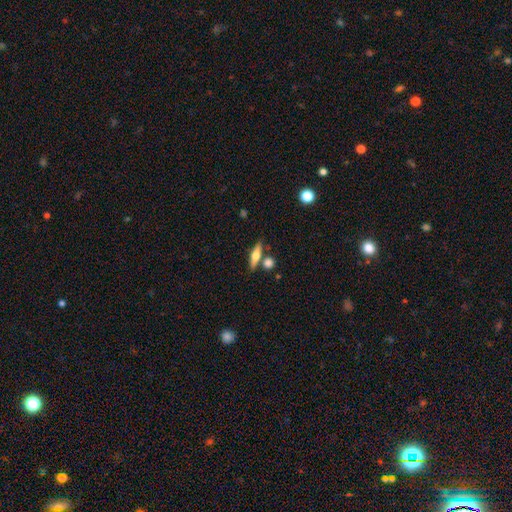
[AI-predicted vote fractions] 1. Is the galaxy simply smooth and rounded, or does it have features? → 46% smooth (tied), 46% featured or disk (tied), 8% star or artifact.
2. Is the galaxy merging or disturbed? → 72% none, 14% merger, 10% minor disturbance, 3% major disturbance.